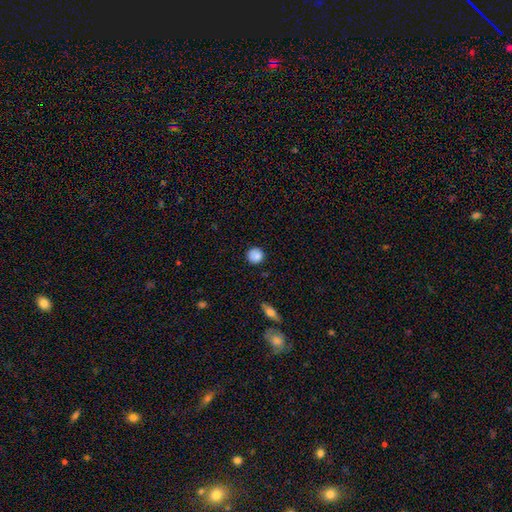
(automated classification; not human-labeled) Smooth or featured: smooth — 86% (star or artifact — 9%)
How rounded: round — 92% (in between — 7%)
Merging: none — 85% (minor disturbance — 11%)